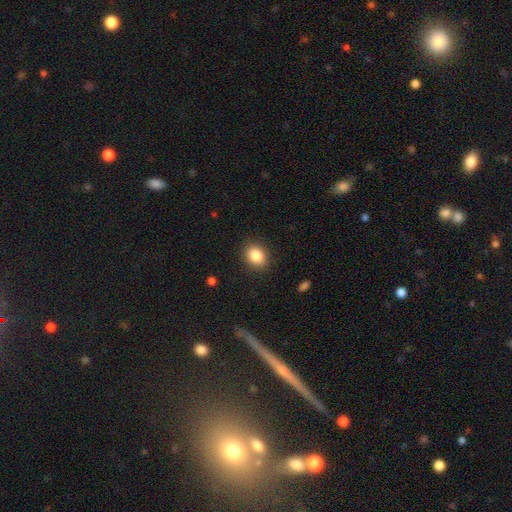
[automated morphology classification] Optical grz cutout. It shows a smooth galaxy with no disk features (86%) that is in between round and cigar-shaped (52%). Merging: none (88%).